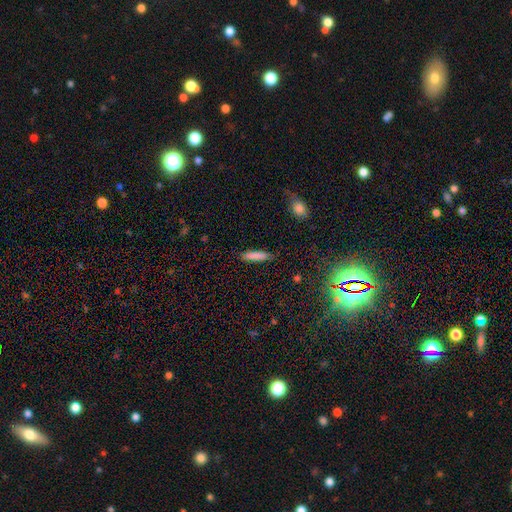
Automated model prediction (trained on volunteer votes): smooth 84%, featured or disk 9%, star or artifact 7%. Down the decision tree: how rounded — cigar-shaped (84%); merging — none (86%).